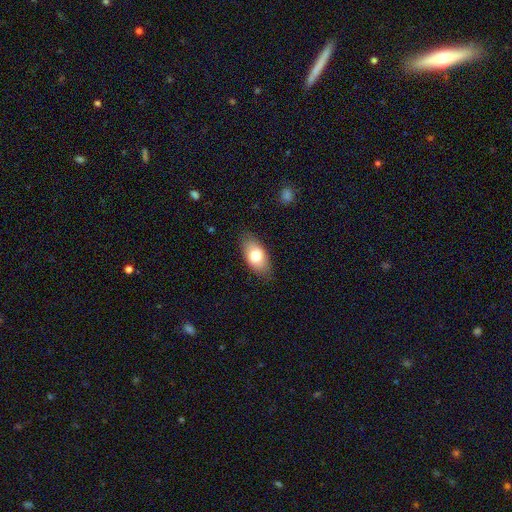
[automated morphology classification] Smooth or featured?
  - smooth: 77% *
  - featured or disk: 17%
  - star or artifact: 6%
How rounded?
  - in between: 91% *
  - cigar-shaped: 5%
  - round: 4%
Merging?
  - none: 84% *
  - minor disturbance: 13%
  - major disturbance: 3%
  - merger: 1%